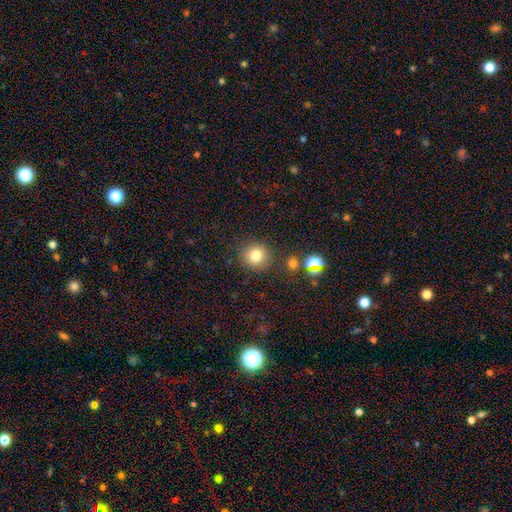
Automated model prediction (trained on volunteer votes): Smooth or featured: smooth — 79% (star or artifact — 14%)
How rounded: round — 92% (in between — 7%)
Merging: none — 86% (minor disturbance — 7%)